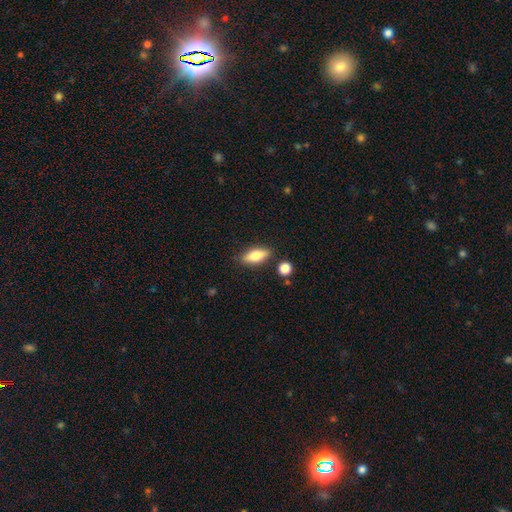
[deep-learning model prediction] A smooth galaxy with no disk features (70%) that is in between round and cigar-shaped (73%). Merging: none (82%).